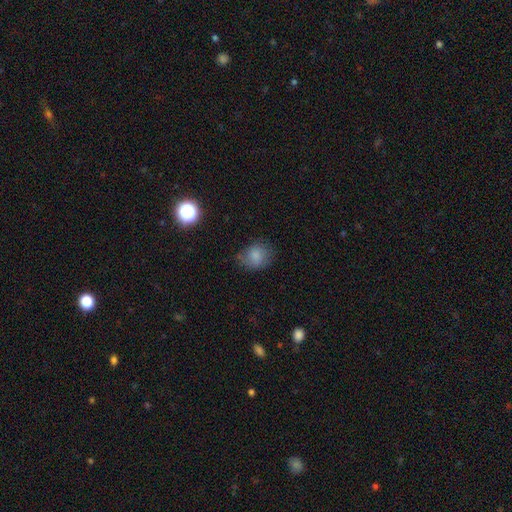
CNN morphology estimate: Smooth or featured? Predicted: smooth (p=0.79). How rounded? Predicted: round (p=0.60). Merging? Predicted: none (p=0.61).